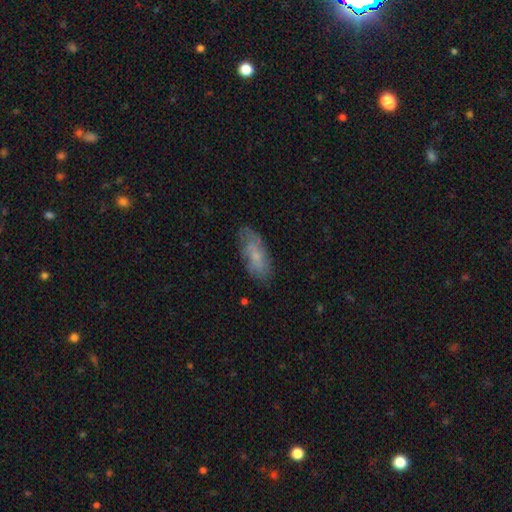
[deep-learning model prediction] This is possibly a smooth galaxy (57%). How rounded: likely in between (77%). Merging: likely none (71%).